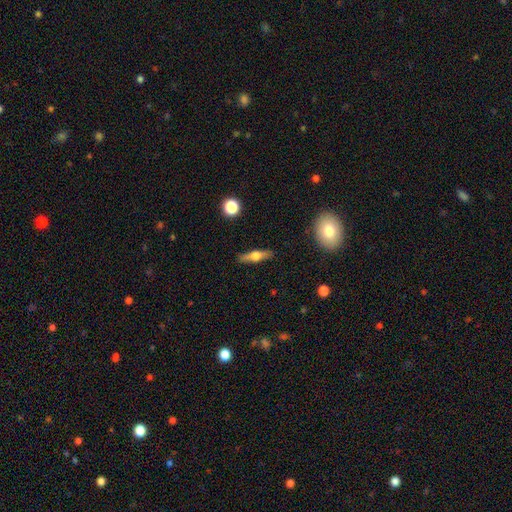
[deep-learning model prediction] Morphology: type=featured or disk (55%); edge-on=yes (93%); edge-on bulge=rounded (93%); merging=none (88%).